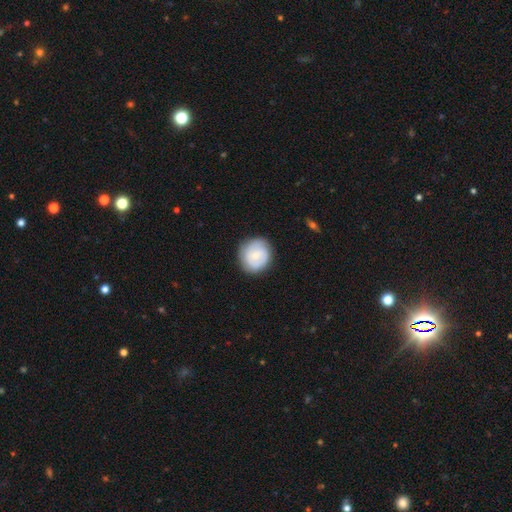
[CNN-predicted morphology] This is possibly a smooth galaxy (57%). How rounded: clearly round (83%). Merging: clearly none (81%).